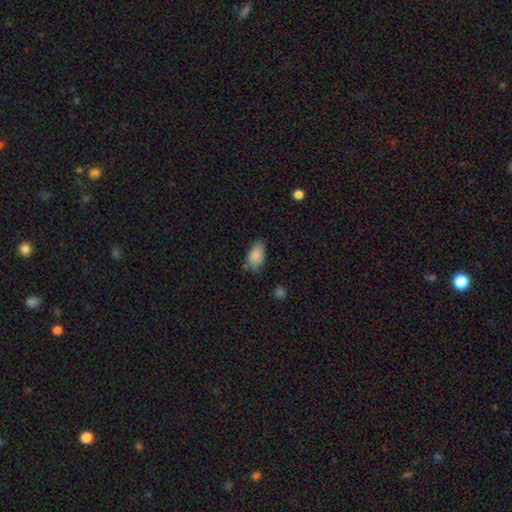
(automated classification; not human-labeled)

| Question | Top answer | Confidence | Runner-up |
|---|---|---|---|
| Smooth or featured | smooth | 86% | star or artifact (7%) |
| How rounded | in between | 93% | round (5%) |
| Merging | none | 69% | minor disturbance (23%) |